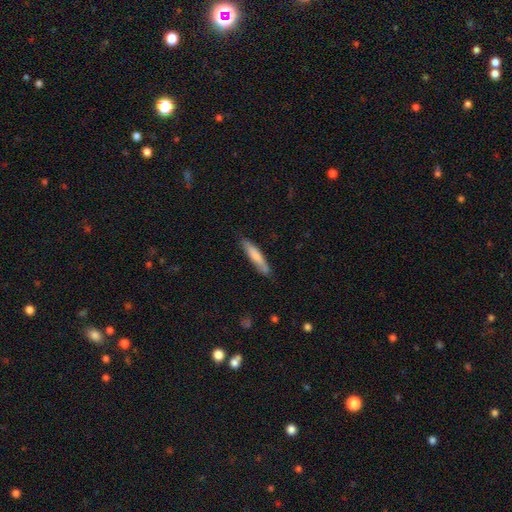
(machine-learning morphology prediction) This appears to be a smooth galaxy with no disk features (73%) that is cigar-shaped (89%). Merging: none (82%).